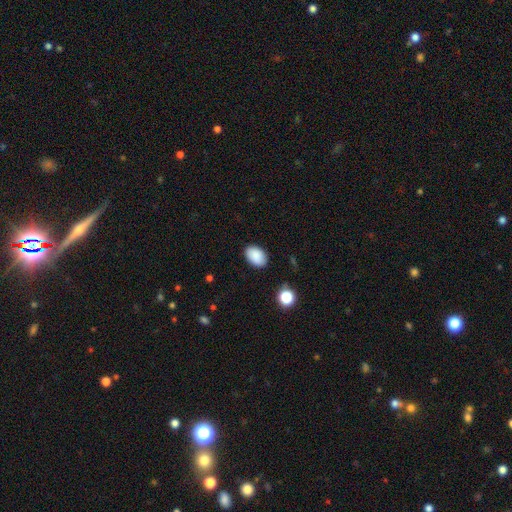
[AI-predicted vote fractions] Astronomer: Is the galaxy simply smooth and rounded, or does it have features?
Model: smooth — 89%.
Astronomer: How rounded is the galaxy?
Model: in between — 89%.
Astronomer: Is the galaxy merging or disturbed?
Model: none — 87%.